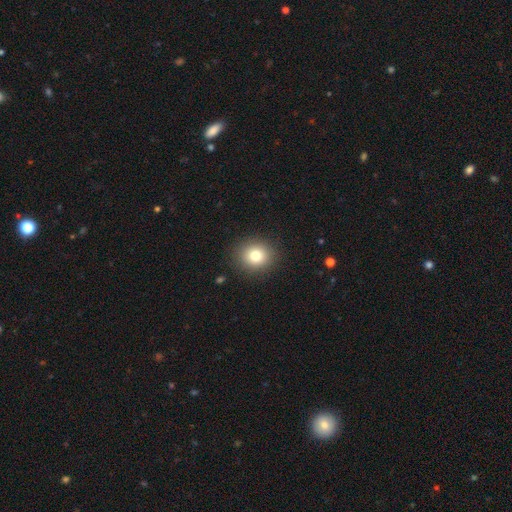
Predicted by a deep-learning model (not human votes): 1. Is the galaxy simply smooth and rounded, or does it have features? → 79% smooth, 11% star or artifact, 9% featured or disk.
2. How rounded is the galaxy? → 83% round, 16% in between, 1% cigar-shaped.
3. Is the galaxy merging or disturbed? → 90% none, 7% minor disturbance, 3% major disturbance, 1% merger.